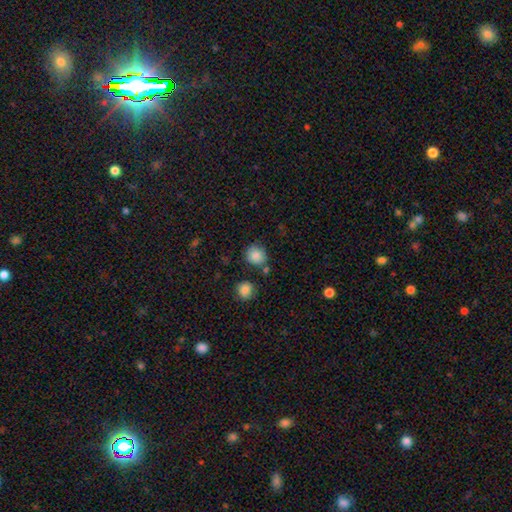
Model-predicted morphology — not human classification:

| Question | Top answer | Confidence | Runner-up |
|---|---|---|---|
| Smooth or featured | smooth | 85% | star or artifact (10%) |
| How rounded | round | 87% | in between (12%) |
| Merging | none | 75% | minor disturbance (13%) |